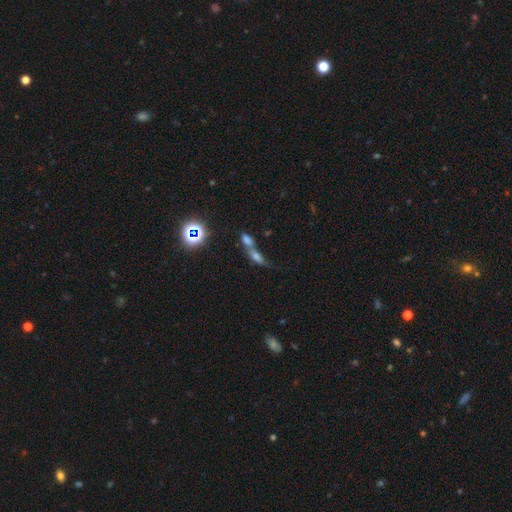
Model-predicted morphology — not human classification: Smooth or featured? smooth (48%)
Merging? merger (68%)